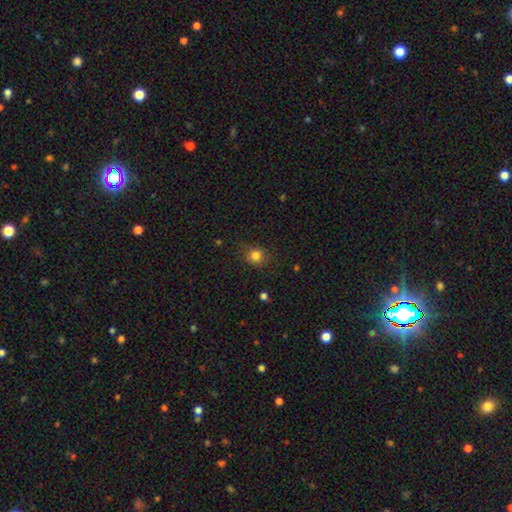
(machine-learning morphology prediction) smooth_or_featured: smooth (p=0.82) [alt: star or artifact p=0.13]
how_rounded: round (p=0.84) [alt: in between p=0.15]
merging: none (p=0.81) [alt: minor disturbance p=0.14]